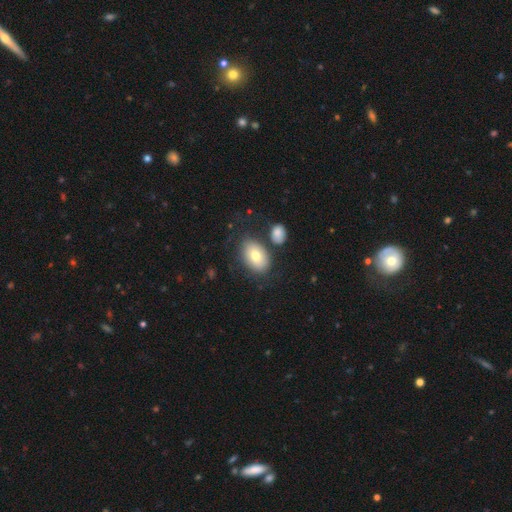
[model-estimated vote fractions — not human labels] smooth-or-featured: smooth: 74% | featured or disk: 18% | star or artifact: 8%
  how-rounded: in between: 85% | round: 14% | cigar-shaped: 1%
  merging: none: 70% | minor disturbance: 14% | merger: 11% | major disturbance: 6%